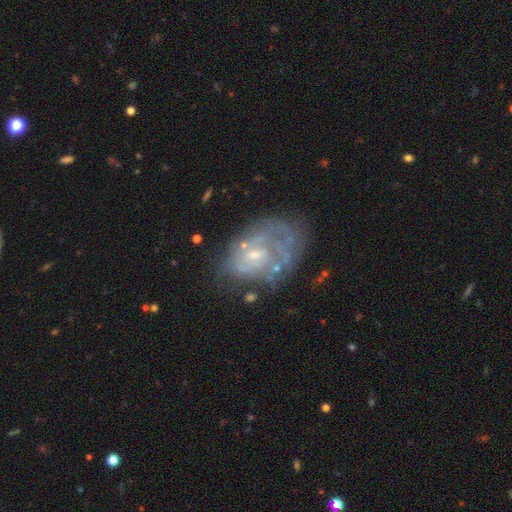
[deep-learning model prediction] smooth_or_featured: featured or disk (p=0.73) [alt: smooth p=0.18]
disk_edge_on: no (p=0.97) [alt: yes p=0.03]
bar: no (p=0.69) [alt: weak p=0.27]
has_spiral_arms: yes (p=0.61) [alt: no p=0.39]
bulge_size: small (p=0.57) [alt: moderate p=0.26]
merging: none (p=0.49) [alt: minor disturbance p=0.23]